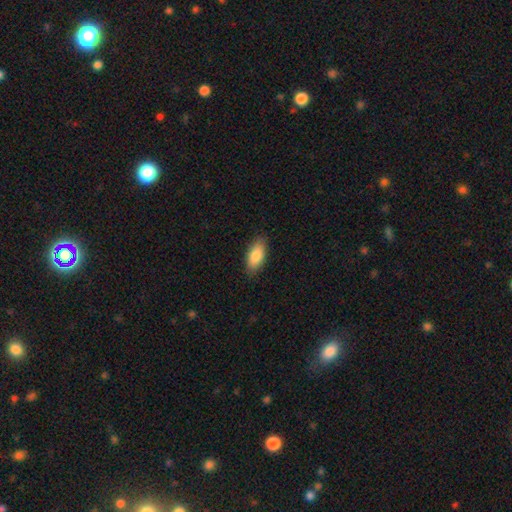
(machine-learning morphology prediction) Smooth or featured?
  - smooth: 85% *
  - featured or disk: 9%
  - star or artifact: 6%
How rounded?
  - in between: 87% *
  - cigar-shaped: 10%
  - round: 3%
Merging?
  - none: 87% *
  - minor disturbance: 10%
  - major disturbance: 2%
  - merger: 1%